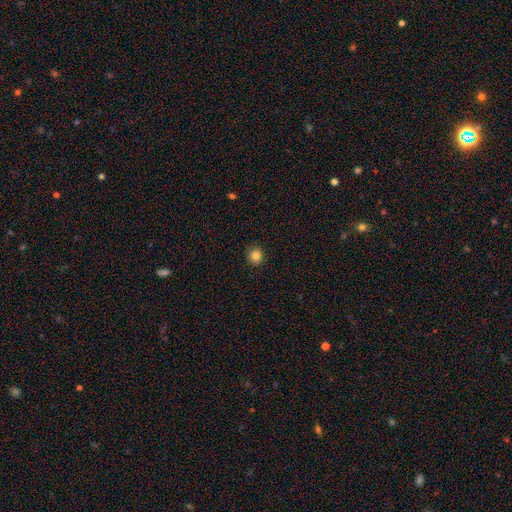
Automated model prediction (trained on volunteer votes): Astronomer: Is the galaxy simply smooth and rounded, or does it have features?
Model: smooth — 83%.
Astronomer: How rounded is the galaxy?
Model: round — 90%.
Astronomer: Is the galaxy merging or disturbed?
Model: none — 91%.